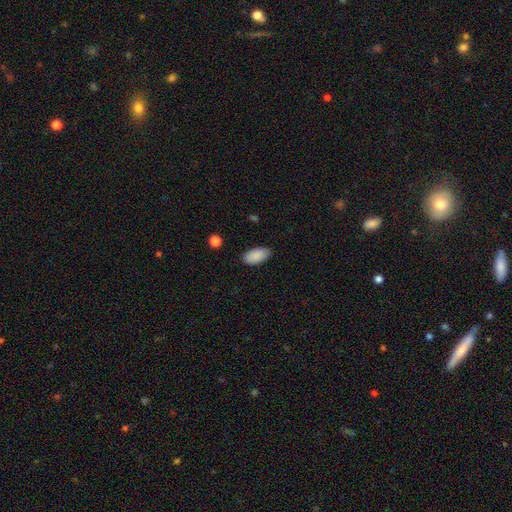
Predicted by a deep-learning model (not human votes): smooth 90%, star or artifact 6%, featured or disk 4%. Down the decision tree: how rounded — in between (94%); merging — none (86%).